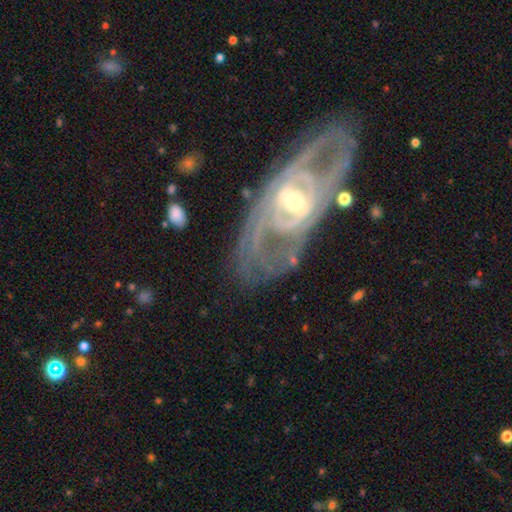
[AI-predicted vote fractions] Smooth or featured? Predicted: featured or disk (p=0.87). Edge-on disk? Predicted: no (p=0.89). Bar? Predicted: weak (p=0.40). Spiral arms? Predicted: yes (p=0.86). Spiral winding? Predicted: tight (p=0.54). Spiral arm count? Predicted: 2 (p=0.44). Bulge size? Predicted: moderate (p=0.51). Merging? Predicted: none (p=0.73).